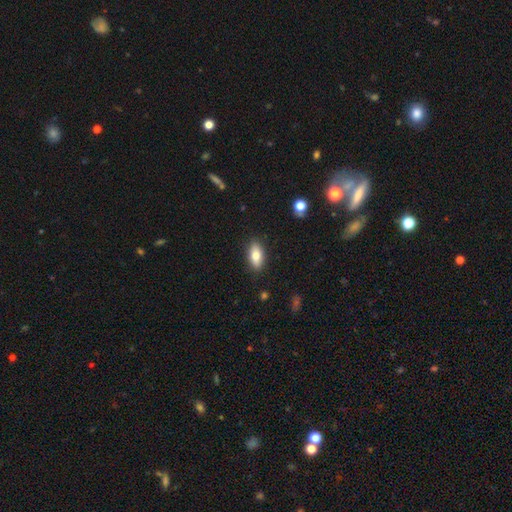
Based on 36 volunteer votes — smooth-or-featured: smooth: 89% | featured or disk: 11% | star or artifact: 0%
  how-rounded: in between: 66% | cigar-shaped: 34% | round: 0%
  merging: none: 92% | minor disturbance: 8% | major disturbance: 0% | merger: 0%